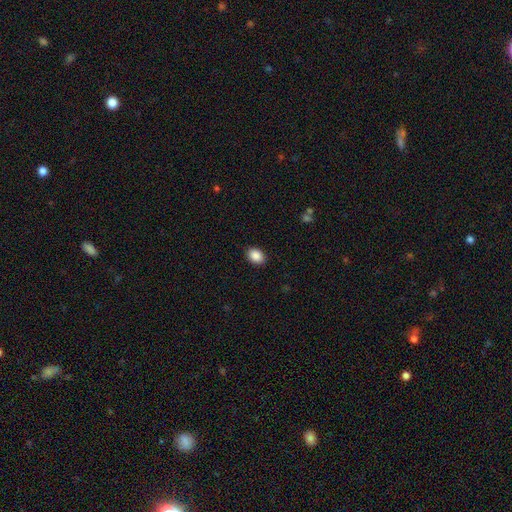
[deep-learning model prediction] A smooth galaxy with no disk features (89%) that is in between round and cigar-shaped (75%). Merging: none (90%).